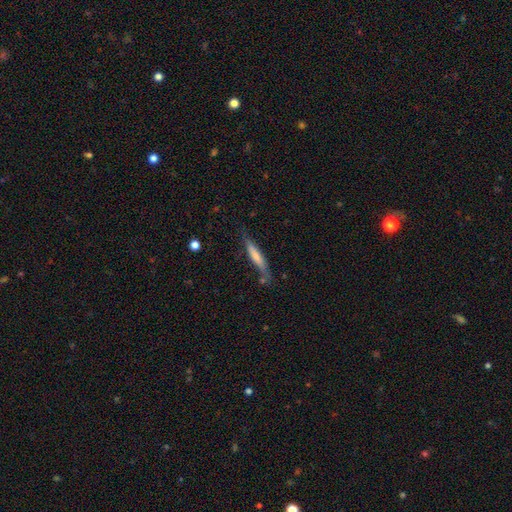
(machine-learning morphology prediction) smooth 63%, featured or disk 31%, star or artifact 6%. Down the decision tree: how rounded — cigar-shaped (90%); merging — none (68%).